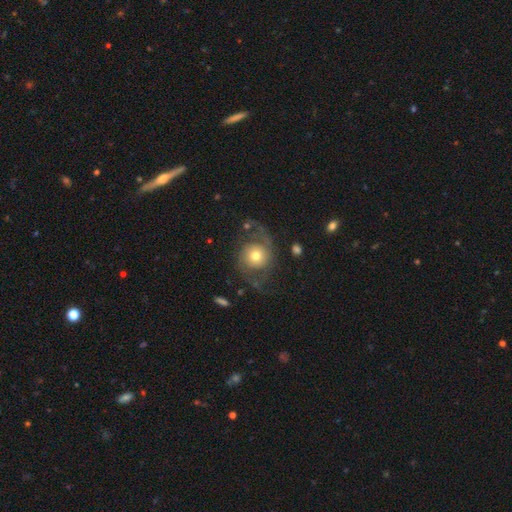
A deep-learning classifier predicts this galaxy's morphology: smooth-or-featured: featured or disk: 72% | smooth: 21% | star or artifact: 7%
  disk-edge-on: no: 97% | yes: 3%
    bar: no: 76% | weak: 19% | strong: 5%
    has-spiral-arms: yes: 91% | no: 9%
      spiral-winding: loose: 51% | medium: 38% | tight: 11%
      spiral-arm-count: 2: 89% | 1: 4% | can't tell: 3% | 3: 1% | 4: 1% | more than 4: 1%
    bulge-size: moderate: 64% | small: 19% | large: 13% | dominant: 3% | none: 1%
  merging: none: 62% | major disturbance: 19% | minor disturbance: 17% | merger: 3%